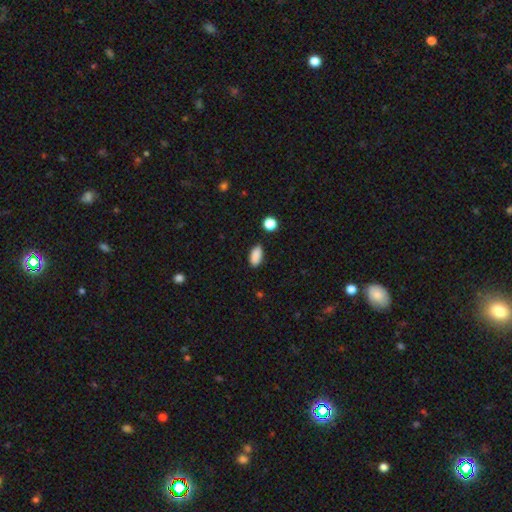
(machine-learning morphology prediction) This is clearly a smooth galaxy (89%). How rounded: clearly in between (90%). Merging: clearly none (85%).